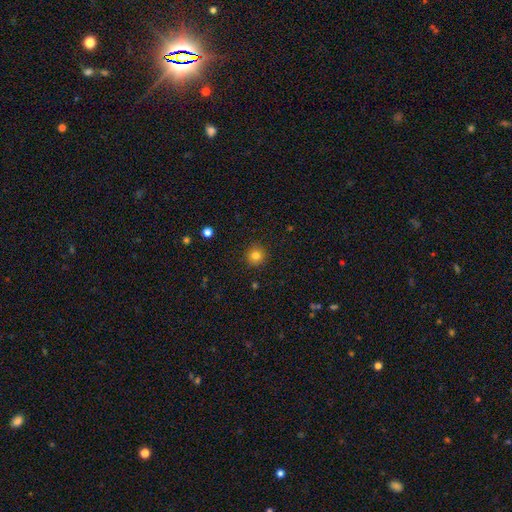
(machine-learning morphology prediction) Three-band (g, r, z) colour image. It shows a smooth galaxy with no disk features (81%) that is round (94%). Merging: none (91%).